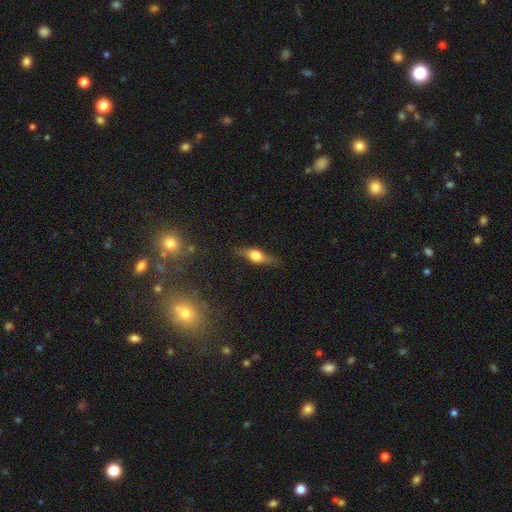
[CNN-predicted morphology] Smooth or featured? featured or disk (52%)
Edge-on disk? yes (91%)
Merging? none (82%)